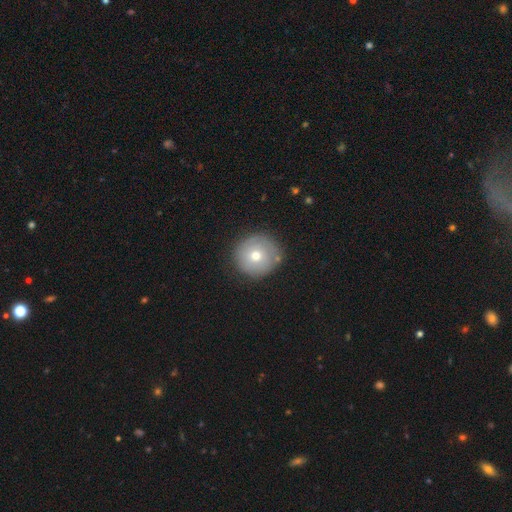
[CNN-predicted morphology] Smooth or featured? Predicted: smooth (p=0.62). How rounded? Predicted: round (p=0.94). Merging? Predicted: none (p=0.81).